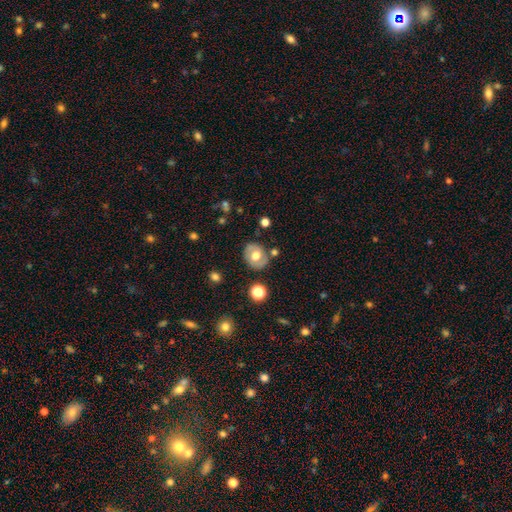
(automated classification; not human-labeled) Q: Smooth or featured?
A: smooth (47%); runner-up: featured or disk (44%)
Q: Merging?
A: none (76%); runner-up: minor disturbance (15%)